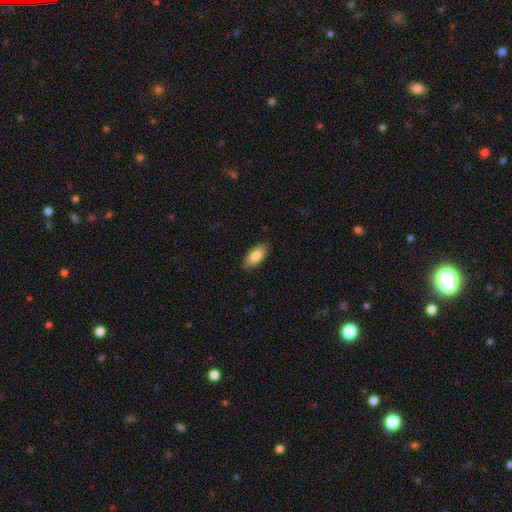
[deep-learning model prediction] Q: Smooth or featured?
A: smooth (82%); runner-up: featured or disk (12%)
Q: How rounded?
A: in between (87%); runner-up: cigar-shaped (10%)
Q: Merging?
A: none (88%); runner-up: minor disturbance (9%)